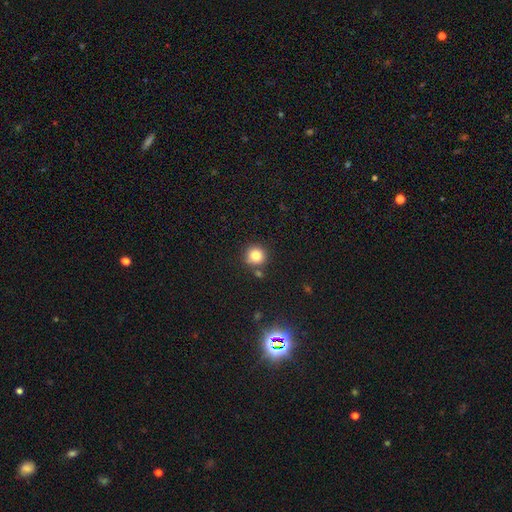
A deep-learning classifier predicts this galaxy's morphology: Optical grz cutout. It shows a smooth galaxy with no disk features (82%) that is round (93%). Merging: none (80%).